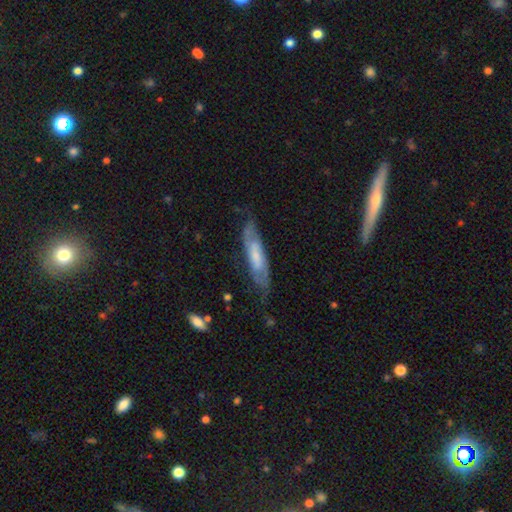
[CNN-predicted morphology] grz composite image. It shows a featured or disk galaxy (57%). Merging: none (65%).